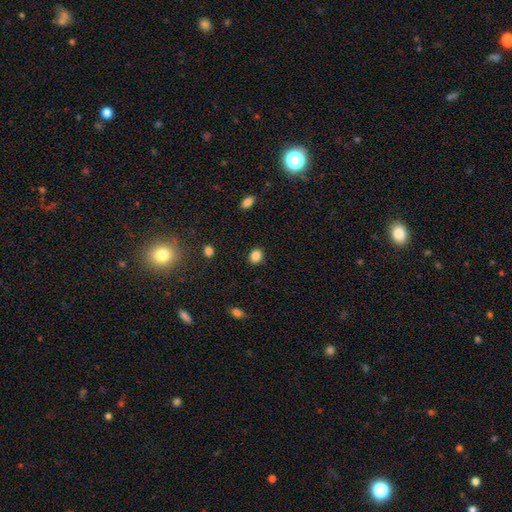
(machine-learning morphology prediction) smooth-or-featured: smooth: 86% | star or artifact: 10% | featured or disk: 4%
  how-rounded: round: 65% | in between: 34% | cigar-shaped: 1%
  merging: none: 89% | minor disturbance: 7% | major disturbance: 2% | merger: 1%